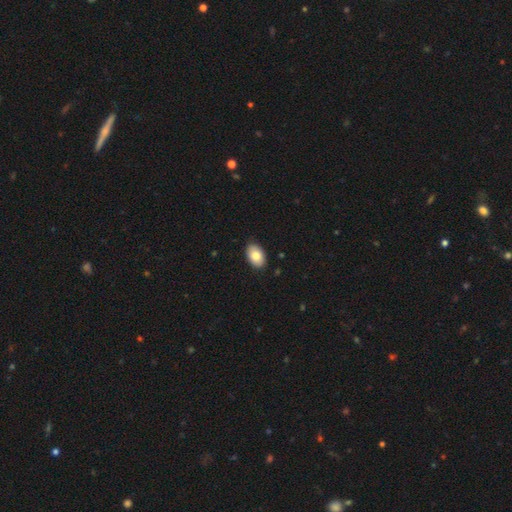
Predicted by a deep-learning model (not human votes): A smooth galaxy with no disk features (82%) that is in between round and cigar-shaped (91%).

Vote fractions:
- Smooth or featured? smooth: 82% / featured or disk: 11% / star or artifact: 7%
- How rounded? in between: 91% / round: 8% / cigar-shaped: 1%
- Merging? none: 89% / minor disturbance: 8% / major disturbance: 2% / merger: 1%